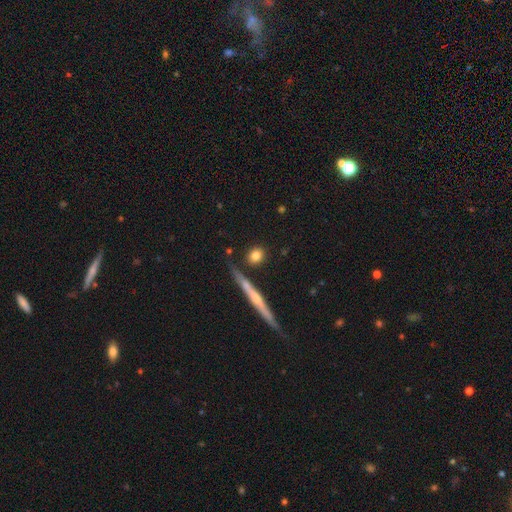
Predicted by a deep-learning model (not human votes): The model was most divided on "how rounded": round: 75%, in between: 16%, cigar-shaped: 9%. More confident: merging — none (83%); smooth or featured — smooth (79%).